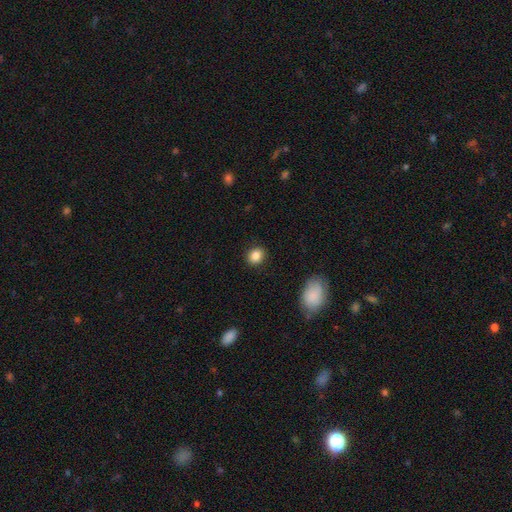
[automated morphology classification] smooth 86%, star or artifact 10%, featured or disk 5%. Down the decision tree: how rounded — round (68%); merging — none (89%).